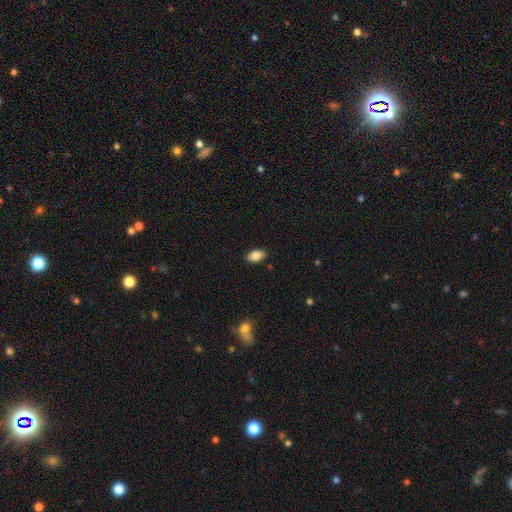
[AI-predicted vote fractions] A smooth galaxy with no disk features (85%) that is in between round and cigar-shaped (92%).

Vote fractions:
- Smooth or featured? smooth: 85% / star or artifact: 8% / featured or disk: 7%
- How rounded? in between: 92% / round: 5% / cigar-shaped: 2%
- Merging? none: 88% / minor disturbance: 9% / major disturbance: 2% / merger: 1%